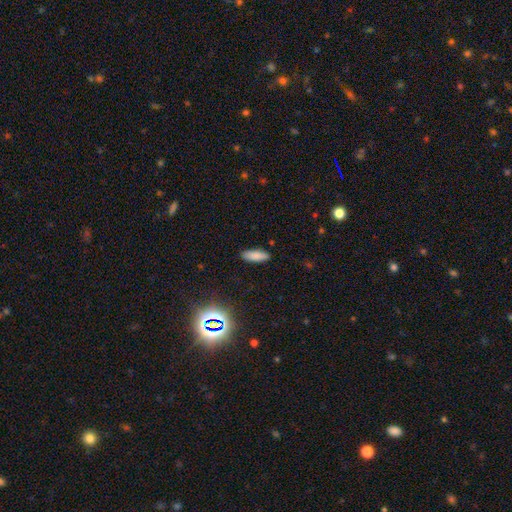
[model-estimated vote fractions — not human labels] Overall: smooth (84%). How rounded: in between (61%; cigar-shaped 37%). Merging: none (88%).